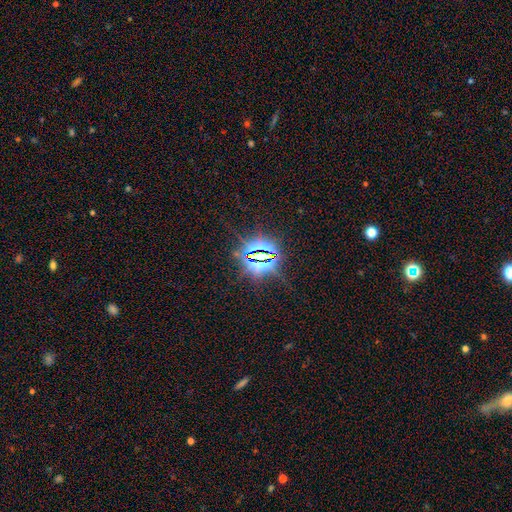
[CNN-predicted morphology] Overall: star or artifact (84%).